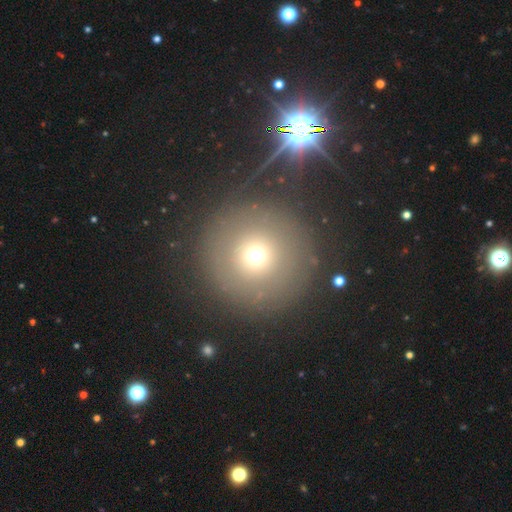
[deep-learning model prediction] Smooth or featured: smooth — 65% (star or artifact — 19%)
How rounded: round — 96% (in between — 3%)
Merging: none — 82% (minor disturbance — 8%)